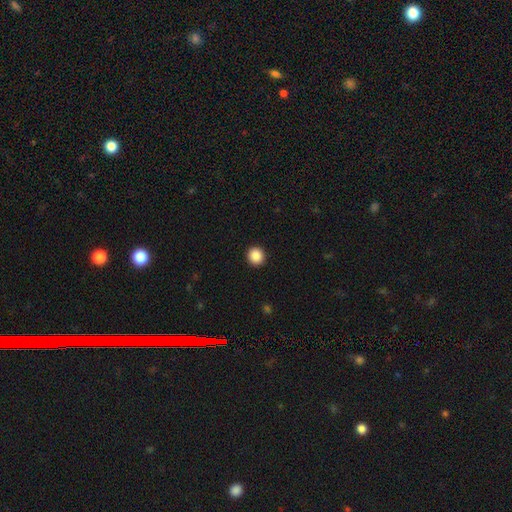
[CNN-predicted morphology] A smooth galaxy with no disk features (88%) that is round (92%).

Vote fractions:
- Smooth or featured? smooth: 88% / star or artifact: 9% / featured or disk: 3%
- How rounded? round: 92% / in between: 7% / cigar-shaped: 1%
- Merging? none: 93% / minor disturbance: 4% / major disturbance: 2% / merger: 1%